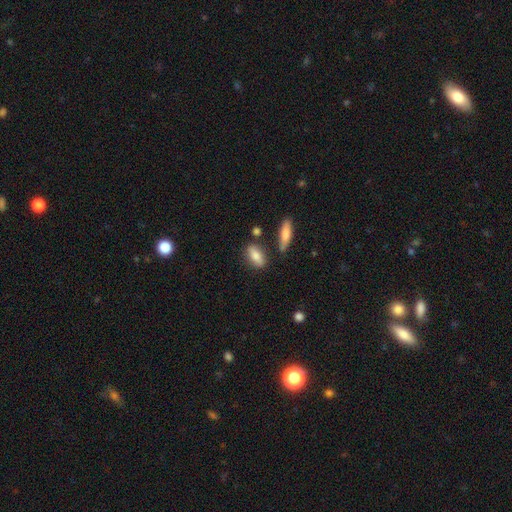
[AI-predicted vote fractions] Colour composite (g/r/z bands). It shows a smooth galaxy with no disk features (78%) that is in between round and cigar-shaped (76%). Merging: none (75%).